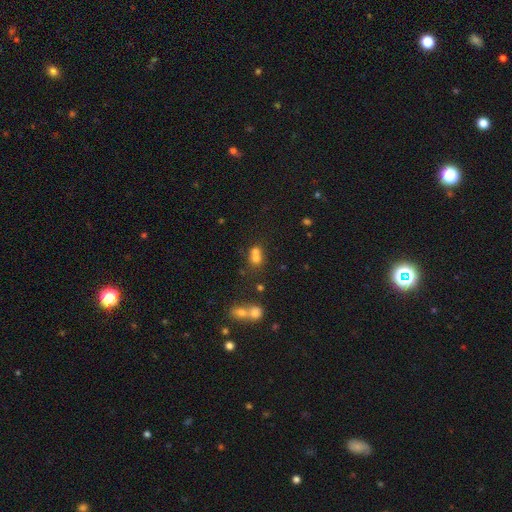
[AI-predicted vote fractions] Smooth or featured? smooth (66%)
How rounded? round (75%)
Merging? merger (59%)